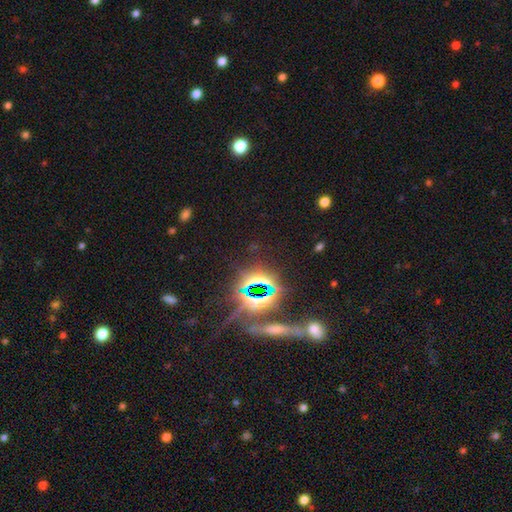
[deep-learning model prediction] Smooth or featured? star or artifact (67%)